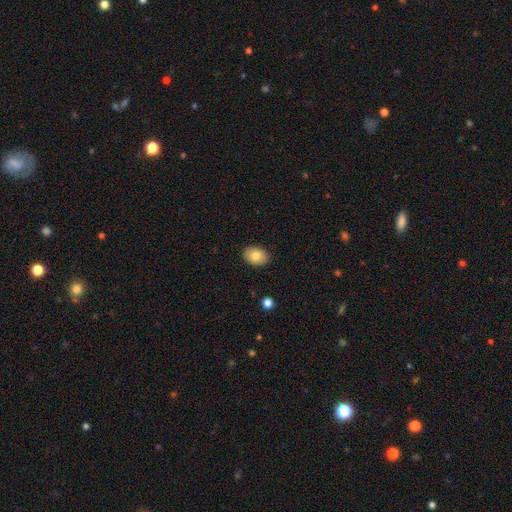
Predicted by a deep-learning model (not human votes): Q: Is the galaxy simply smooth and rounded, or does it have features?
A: smooth — 80%.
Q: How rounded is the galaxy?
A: in between — 74%.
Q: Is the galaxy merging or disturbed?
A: none — 89%.